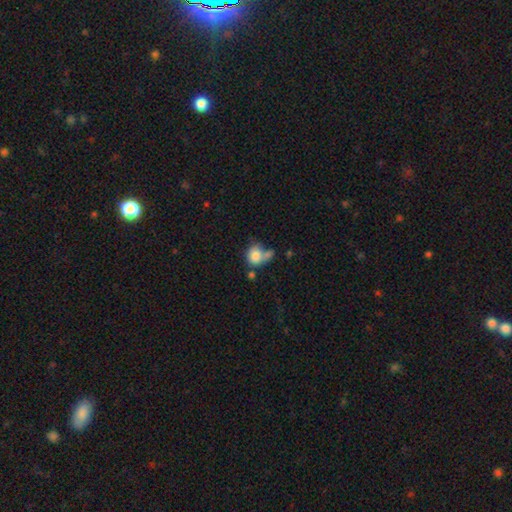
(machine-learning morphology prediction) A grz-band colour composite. It shows a smooth galaxy with no disk features (80%) that is round (65%). Merging: merger (36%).